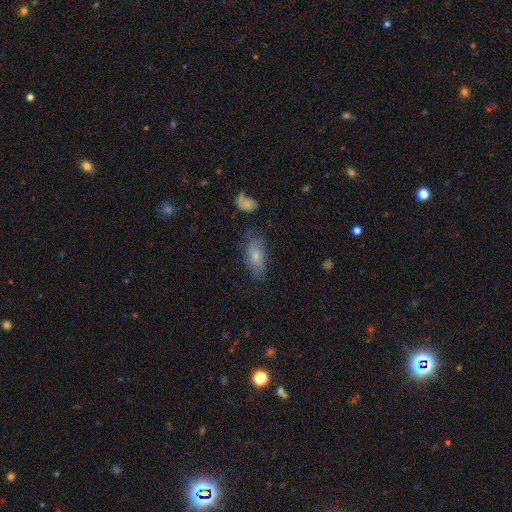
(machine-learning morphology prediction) Smooth or featured? Predicted: smooth (p=0.63). How rounded? Predicted: in between (p=0.87). Merging? Predicted: none (p=0.61).